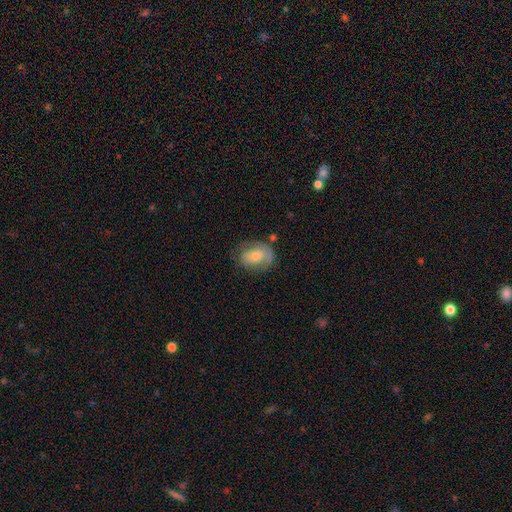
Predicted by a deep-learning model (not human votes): Smooth or featured? featured or disk (47%)
Merging? none (61%)